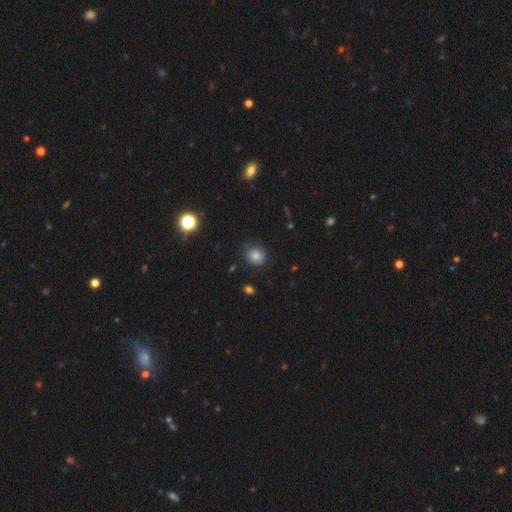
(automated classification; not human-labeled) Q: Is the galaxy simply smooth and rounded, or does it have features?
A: smooth — 80%.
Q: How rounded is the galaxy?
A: round — 77%.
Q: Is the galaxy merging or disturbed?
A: none — 76%.